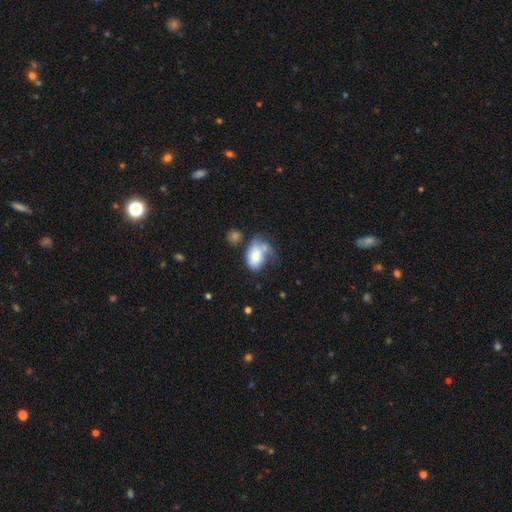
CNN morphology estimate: Smooth or featured? Predicted: smooth (p=0.74). How rounded? Predicted: in between (p=0.86). Merging? Predicted: none (p=0.26, tied with minor disturbance).